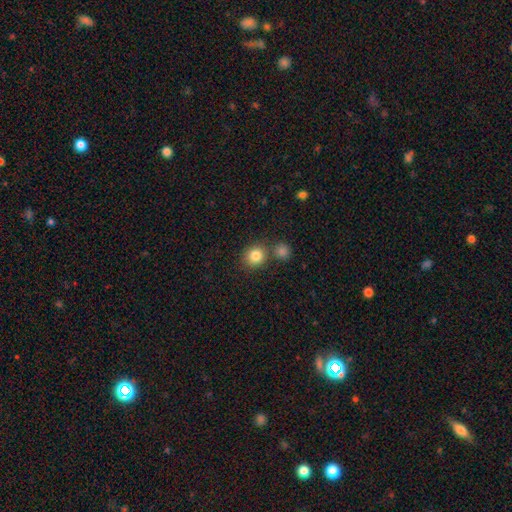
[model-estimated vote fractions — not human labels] This appears to be a smooth galaxy with no disk features (84%) that is round (85%). Merging: none (69%).